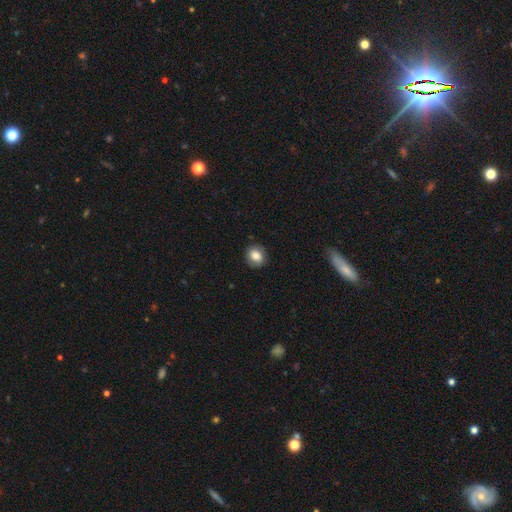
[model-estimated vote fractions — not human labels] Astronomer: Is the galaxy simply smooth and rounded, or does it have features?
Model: smooth — 80%.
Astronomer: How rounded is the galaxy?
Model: round — 65%.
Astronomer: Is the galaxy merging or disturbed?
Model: none — 85%.